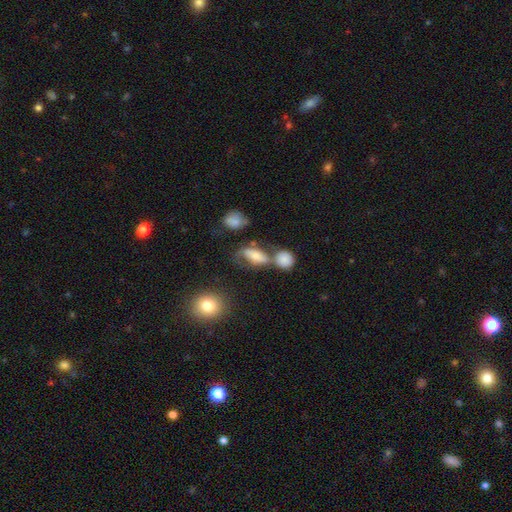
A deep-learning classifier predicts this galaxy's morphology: Smooth or featured: smooth — 53% (featured or disk — 35%)
How rounded: in between — 72% (round — 19%)
Merging: none — 36% (merger — 33%)